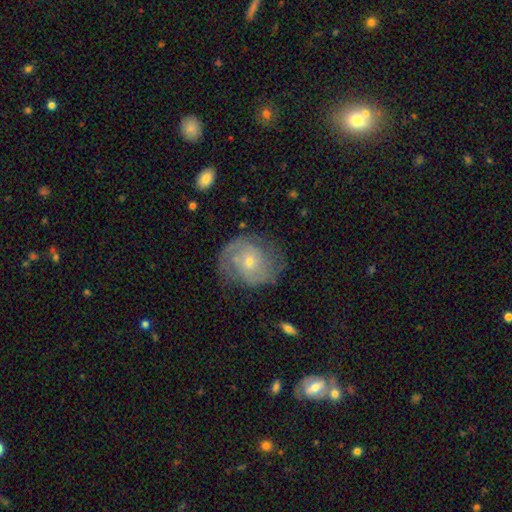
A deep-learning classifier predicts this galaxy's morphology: This appears to be a featured or disk galaxy (66%) with no bar (68%), 2 (41%) tight (63%) spiral arms (92%) and a small central bulge (48%). Merging: none (82%).